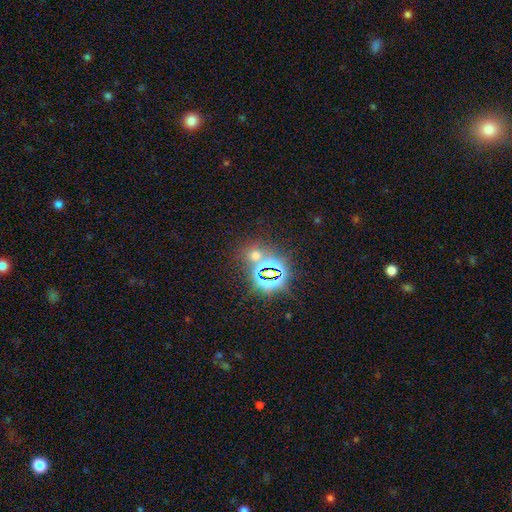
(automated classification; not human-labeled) Overall: star or artifact (55%; smooth 37%).